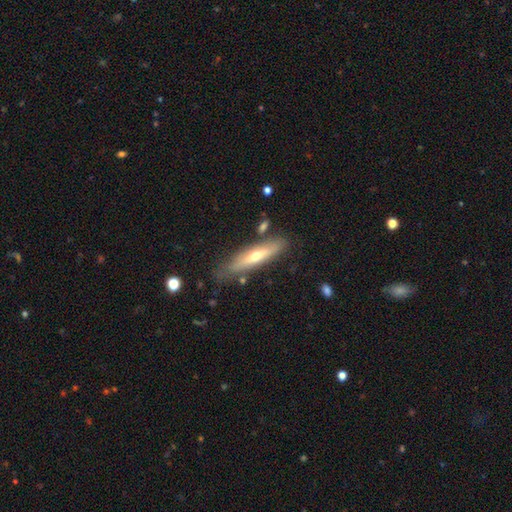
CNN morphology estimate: type=featured or disk (53%); edge-on=yes (79%); merging=none (77%).